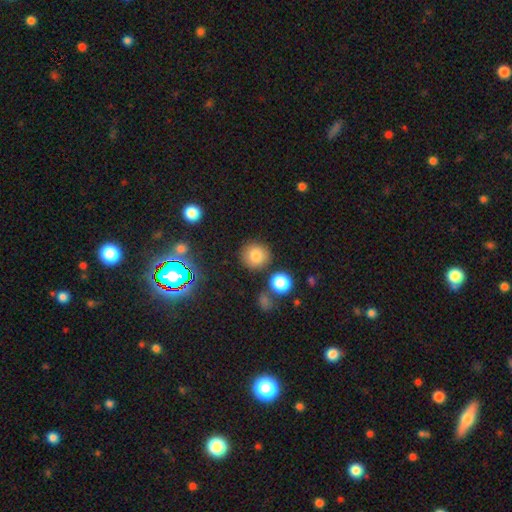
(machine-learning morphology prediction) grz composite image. It shows a smooth galaxy with no disk features (79%) that is round (92%). Merging: none (84%).